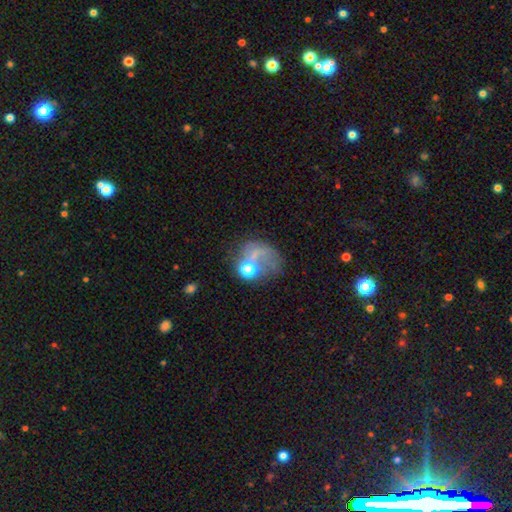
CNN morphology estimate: Smooth or featured?
  - smooth: 44% *
  - featured or disk: 36%
  - star or artifact: 20%
Merging?
  - major disturbance: 38% *
  - none: 31%
  - minor disturbance: 17%
  - merger: 15%